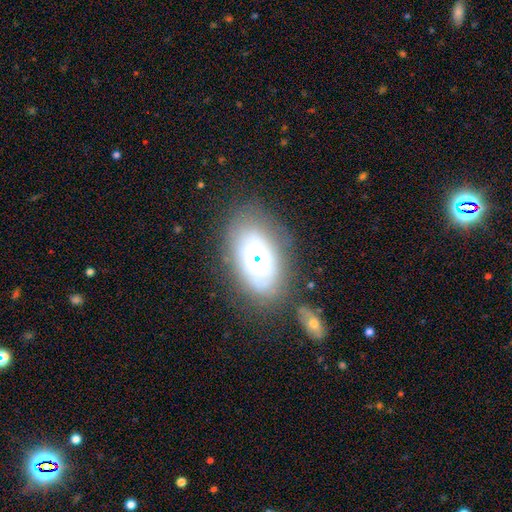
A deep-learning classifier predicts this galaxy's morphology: Smooth or featured?
  - smooth: 46% *
  - featured or disk: 39%
  - star or artifact: 15%
Merging?
  - none: 70% *
  - minor disturbance: 17%
  - major disturbance: 9%
  - merger: 4%